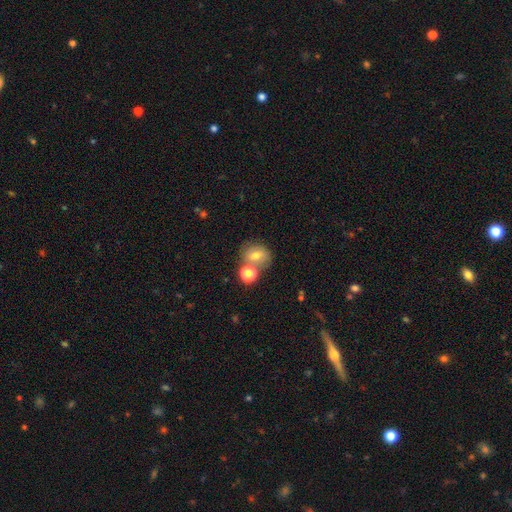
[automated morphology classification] Smooth or featured?
  - smooth: 67% *
  - featured or disk: 21%
  - star or artifact: 12%
How rounded?
  - round: 64% *
  - in between: 35%
  - cigar-shaped: 1%
Merging?
  - none: 52% *
  - merger: 30%
  - minor disturbance: 13%
  - major disturbance: 5%